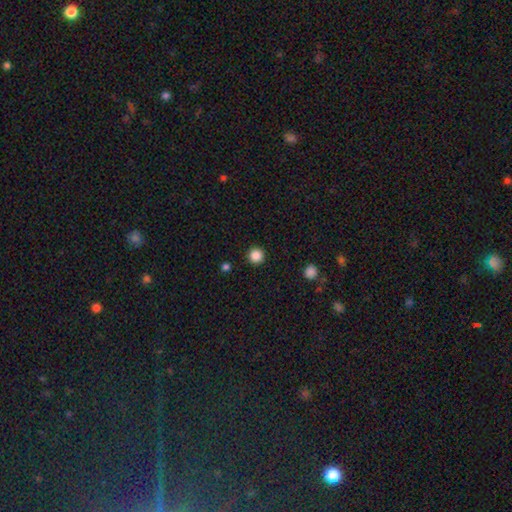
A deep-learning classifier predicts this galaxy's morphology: This is clearly a smooth galaxy (87%). How rounded: clearly round (96%). Merging: clearly none (93%).